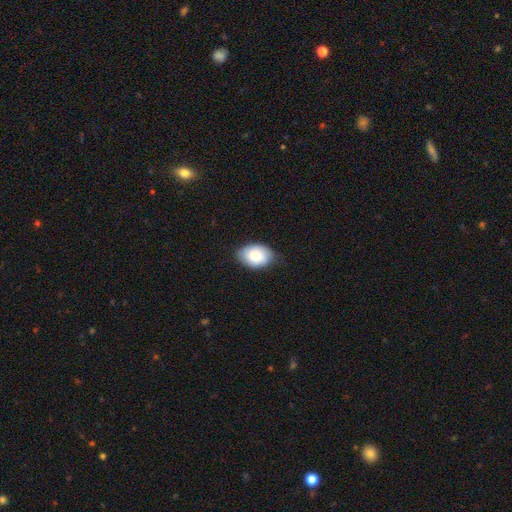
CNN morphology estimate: smooth_or_featured: smooth (p=0.84) [alt: featured or disk p=0.10]
how_rounded: in between (p=0.83) [alt: round p=0.16]
merging: none (p=0.75) [alt: minor disturbance p=0.20]